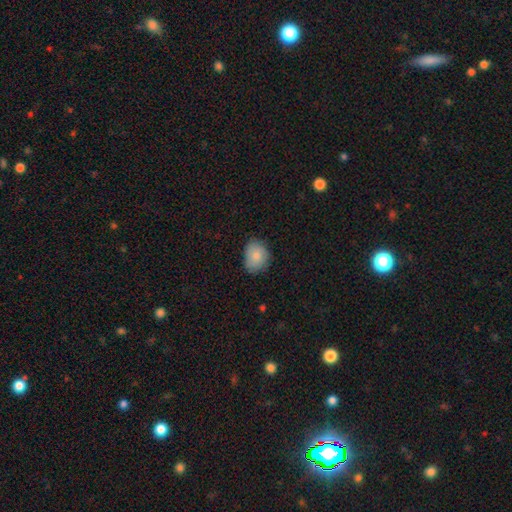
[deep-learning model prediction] smooth-or-featured: smooth: 83% | featured or disk: 10% | star or artifact: 7%
  how-rounded: in between: 54% | round: 45% | cigar-shaped: 1%
  merging: none: 72% | minor disturbance: 23% | major disturbance: 4% | merger: 1%